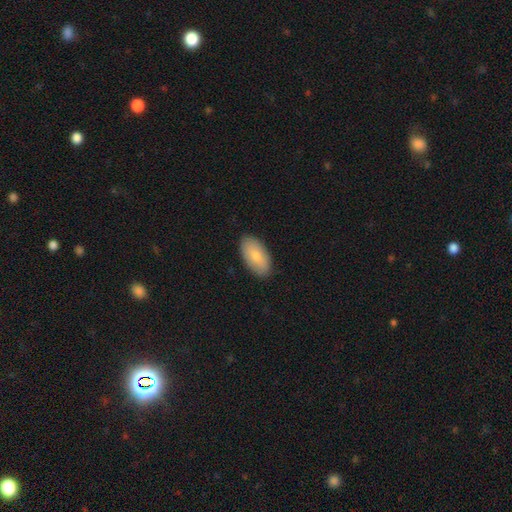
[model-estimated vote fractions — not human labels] This is clearly a smooth galaxy (81%). How rounded: clearly in between (95%). Merging: clearly none (88%).